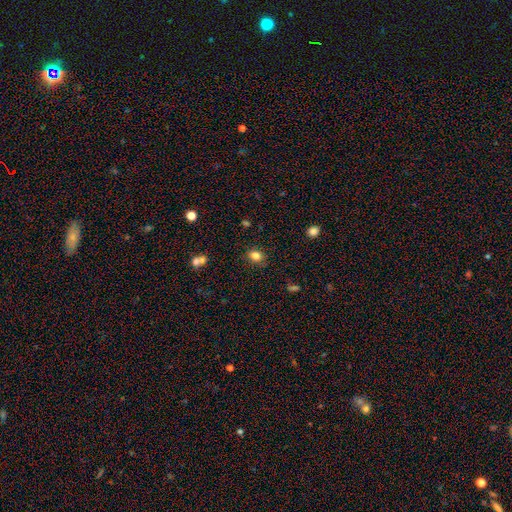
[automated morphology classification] A smooth galaxy with no disk features (82%) that is in between round and cigar-shaped (51%).

Vote fractions:
- Smooth or featured? smooth: 82% / star or artifact: 11% / featured or disk: 7%
- How rounded? in between: 51% / round: 48% / cigar-shaped: 1%
- Merging? none: 85% / minor disturbance: 11% / major disturbance: 3% / merger: 2%